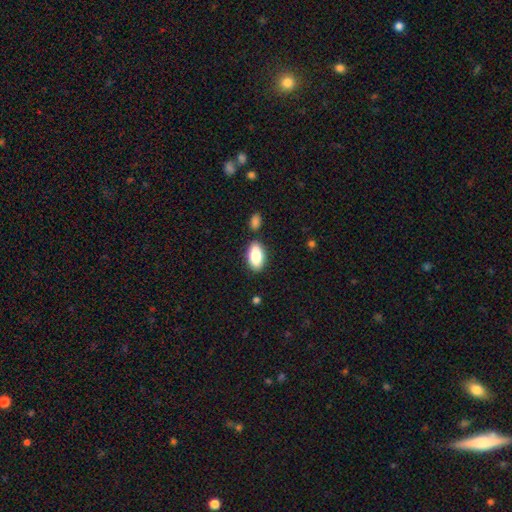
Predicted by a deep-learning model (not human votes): This appears to be a smooth galaxy with no disk features (83%) that is in between round and cigar-shaped (92%). Merging: none (81%).